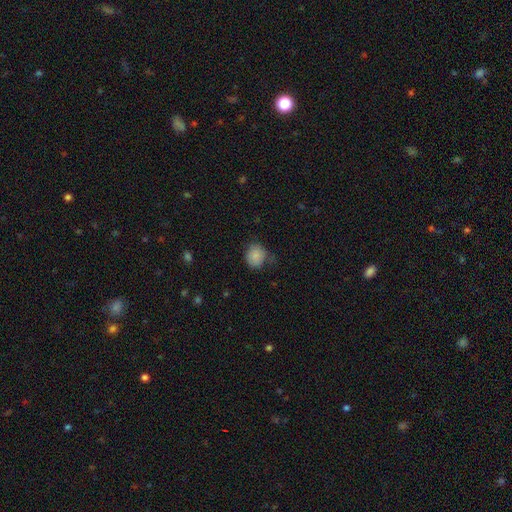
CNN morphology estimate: smooth-or-featured: smooth: 86% | star or artifact: 9% | featured or disk: 6%
  how-rounded: round: 74% | in between: 25% | cigar-shaped: 1%
  merging: none: 68% | minor disturbance: 24% | major disturbance: 6% | merger: 3%